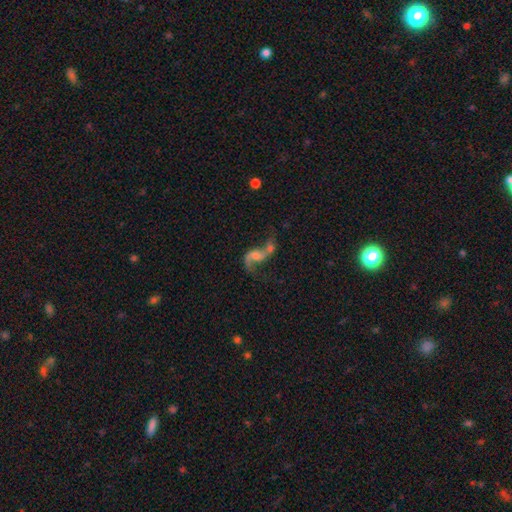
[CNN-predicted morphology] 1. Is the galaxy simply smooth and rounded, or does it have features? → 80% featured or disk, 12% smooth, 8% star or artifact.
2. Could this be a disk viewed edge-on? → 97% no, 3% yes.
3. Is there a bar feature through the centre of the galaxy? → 54% no, 36% weak, 10% strong.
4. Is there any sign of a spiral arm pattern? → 89% yes, 11% no.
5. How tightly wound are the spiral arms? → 86% loose, 12% medium, 3% tight.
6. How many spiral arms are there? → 85% 2, 9% 1, 2% can't tell, 1% 3, 1% 4, 1% more than 4.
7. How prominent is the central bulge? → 35% small, 31% moderate, 25% none, 7% large, 2% dominant.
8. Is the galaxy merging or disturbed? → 40% merger, 32% none, 16% major disturbance, 13% minor disturbance.